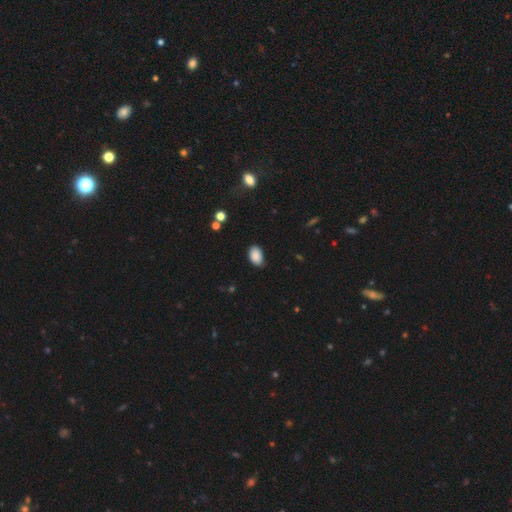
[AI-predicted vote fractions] A smooth galaxy with no disk features (88%) that is in between round and cigar-shaped (89%).

Vote fractions:
- Smooth or featured? smooth: 88% / star or artifact: 8% / featured or disk: 4%
- How rounded? in between: 89% / round: 9% / cigar-shaped: 1%
- Merging? none: 78% / minor disturbance: 18% / major disturbance: 3% / merger: 1%